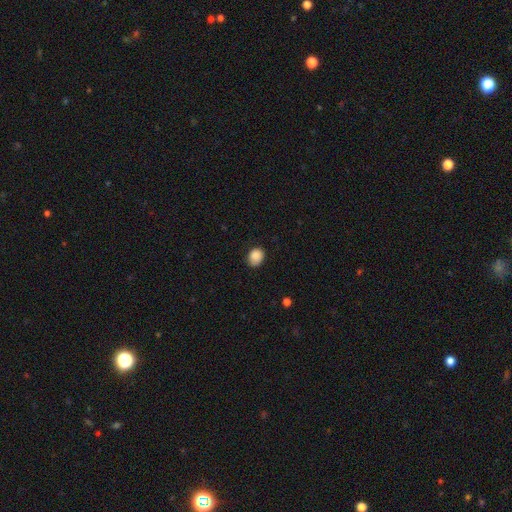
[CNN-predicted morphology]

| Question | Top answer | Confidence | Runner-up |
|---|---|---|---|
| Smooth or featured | smooth | 88% | star or artifact (8%) |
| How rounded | in between | 51% | round (48%) |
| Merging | none | 79% | minor disturbance (17%) |